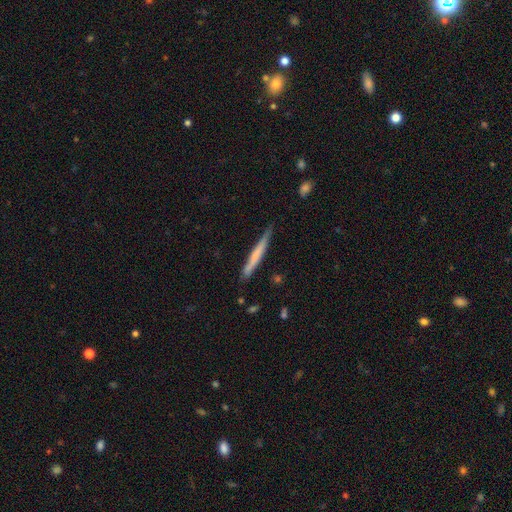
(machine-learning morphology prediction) Overall: smooth (55%; featured or disk 39%). How rounded: cigar-shaped (96%). Merging: none (80%).